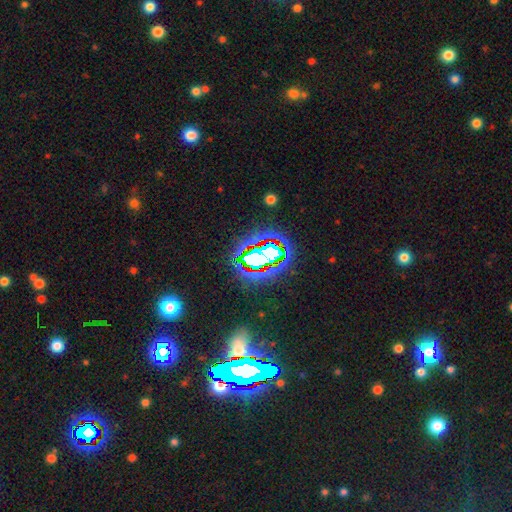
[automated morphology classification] The model was most divided on "smooth or featured": star or artifact: 63%, featured or disk: 19%, smooth: 18%.